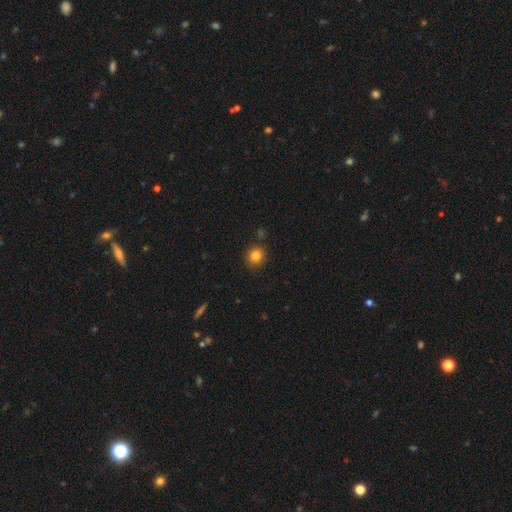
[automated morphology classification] This appears to be a smooth galaxy with no disk features (82%) that is round (85%). Merging: none (87%).